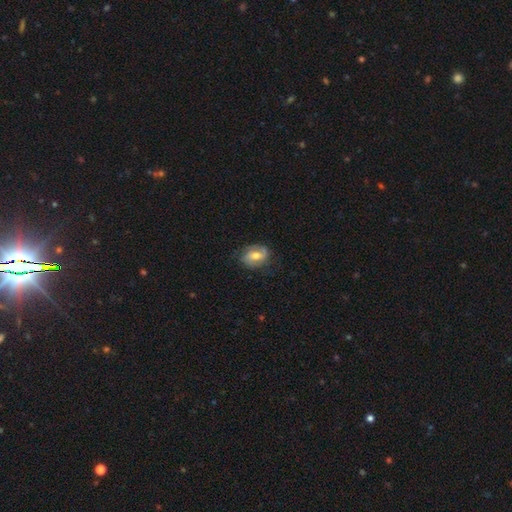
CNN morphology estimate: smooth_or_featured: smooth (p=0.47) [alt: featured or disk p=0.45]
merging: none (p=0.69) [alt: minor disturbance p=0.22]